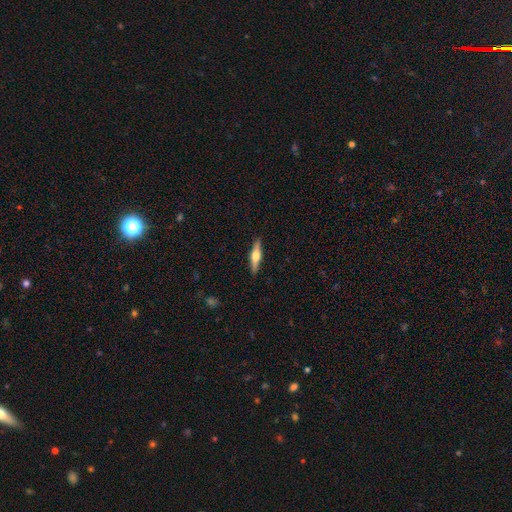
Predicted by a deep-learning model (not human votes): Q: Smooth or featured?
A: featured or disk (61%); runner-up: smooth (33%)
Q: Edge-on disk?
A: yes (96%); runner-up: no (4%)
Q: Edge-on bulge?
A: rounded (94%); runner-up: boxy (4%)
Q: Merging?
A: none (91%); runner-up: minor disturbance (7%)